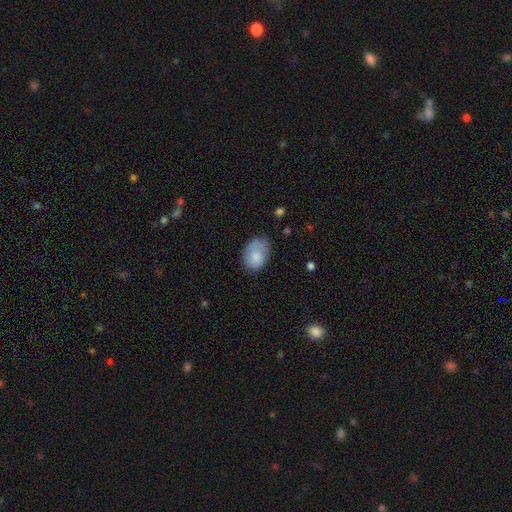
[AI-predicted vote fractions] smooth-or-featured: smooth: 82% | featured or disk: 11% | star or artifact: 7%
  how-rounded: in between: 81% | round: 18% | cigar-shaped: 1%
  merging: none: 58% | minor disturbance: 30% | major disturbance: 10% | merger: 2%